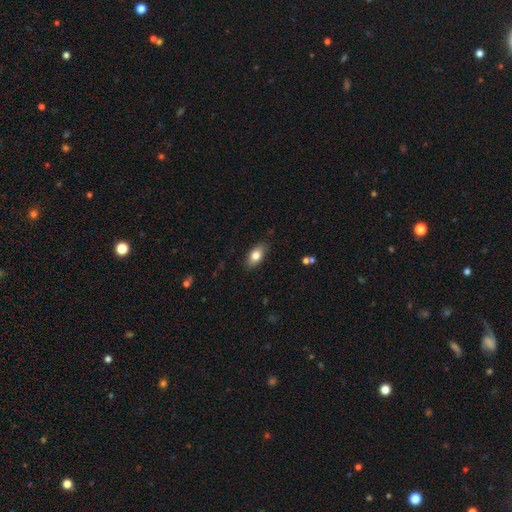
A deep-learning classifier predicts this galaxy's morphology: Overall: smooth (79%). How rounded: in between (88%). Merging: none (84%).